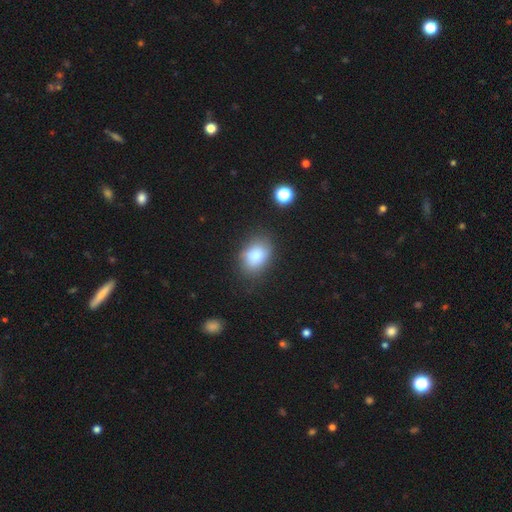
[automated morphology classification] This is clearly a smooth galaxy (83%). How rounded: likely in between (78%). Merging: likely none (73%).